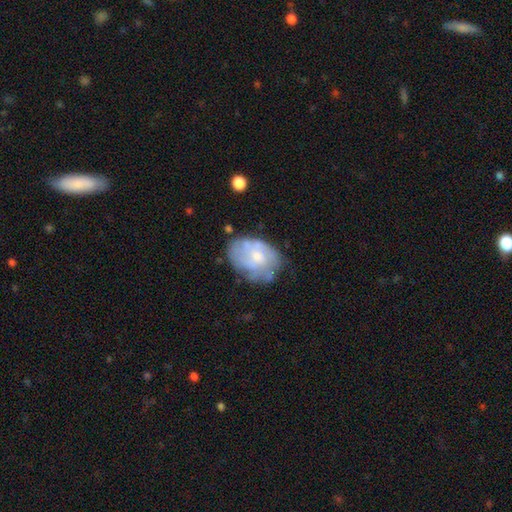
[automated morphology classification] A featured or disk galaxy (57%) with no bar (79%), spiral arms (56%) and a small central bulge (47%).

Vote fractions:
- Smooth or featured? featured or disk: 57% / smooth: 35% / star or artifact: 7%
- Edge-on disk? no: 97% / yes: 3%
- Bar? no: 79% / weak: 19% / strong: 2%
- Spiral arms? yes: 56% / no: 44%
- Bulge size? small: 47% / moderate: 42% / none: 6% / large: 3% / dominant: 1%
- Merging? none: 58% / minor disturbance: 26% / major disturbance: 12% / merger: 4%